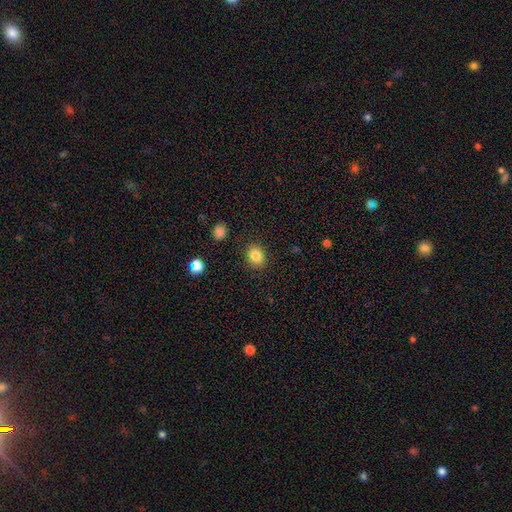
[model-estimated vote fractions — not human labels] Smooth or featured?
  - smooth: 85% *
  - star or artifact: 10%
  - featured or disk: 5%
How rounded?
  - round: 60% *
  - in between: 39%
  - cigar-shaped: 1%
Merging?
  - none: 87% *
  - minor disturbance: 8%
  - major disturbance: 3%
  - merger: 2%